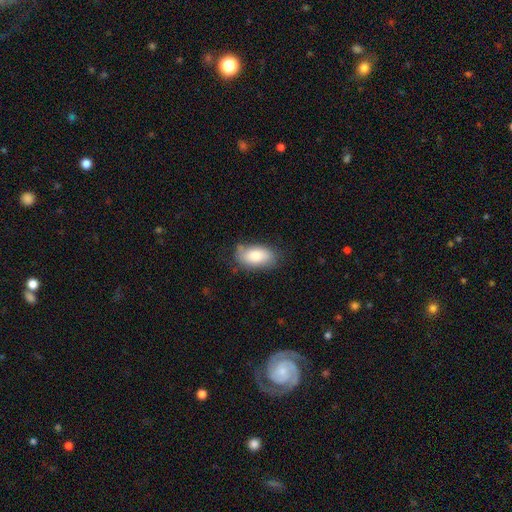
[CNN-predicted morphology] A smooth galaxy with no disk features (80%) that is in between round and cigar-shaped (94%). Merging: none (71%).